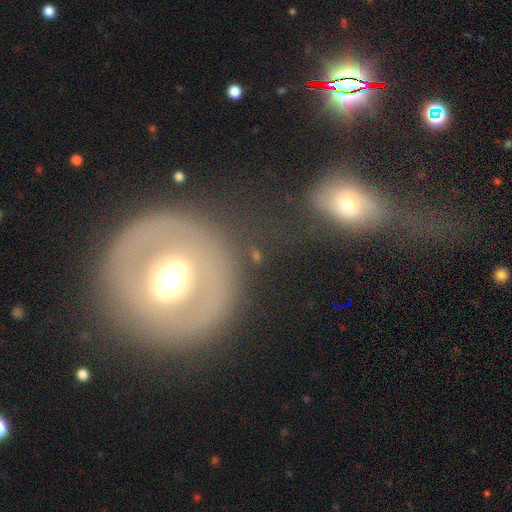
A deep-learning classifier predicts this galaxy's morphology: type=featured or disk (53%); edge-on=no (93%); merging=none (63%).